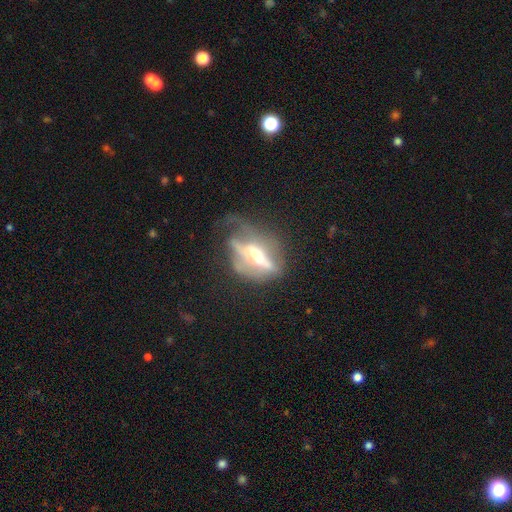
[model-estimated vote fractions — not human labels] featured or disk 65%, smooth 25%, star or artifact 9%. Down the decision tree: edge-on disk — no (61%); merging — major disturbance (41%).